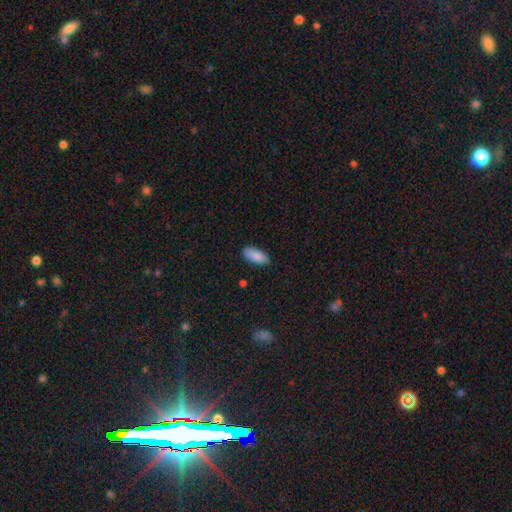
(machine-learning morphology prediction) A smooth galaxy with no disk features (88%) that is in between round and cigar-shaped (88%). Merging: none (82%).